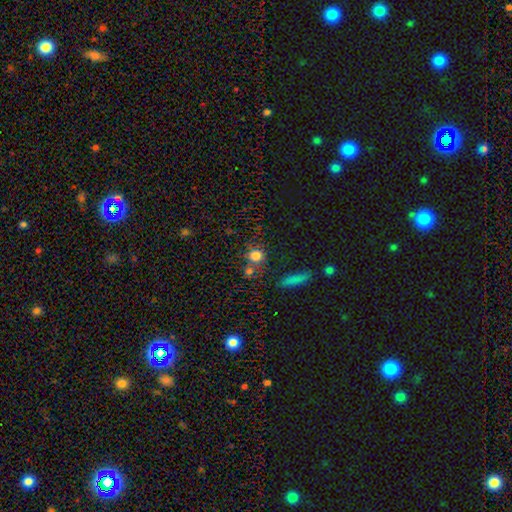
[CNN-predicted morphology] Smooth or featured? smooth (77%)
How rounded? round (84%)
Merging? none (65%)